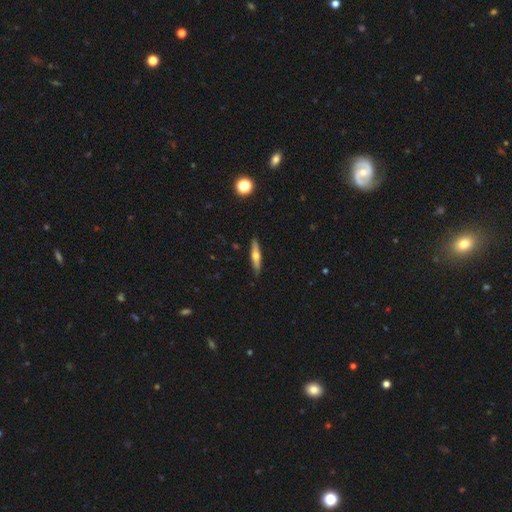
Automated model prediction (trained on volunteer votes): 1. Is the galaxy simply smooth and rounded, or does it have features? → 53% featured or disk, 40% smooth, 6% star or artifact.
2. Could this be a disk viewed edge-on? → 93% yes, 7% no.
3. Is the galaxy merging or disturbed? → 89% none, 8% minor disturbance, 2% major disturbance, 1% merger.